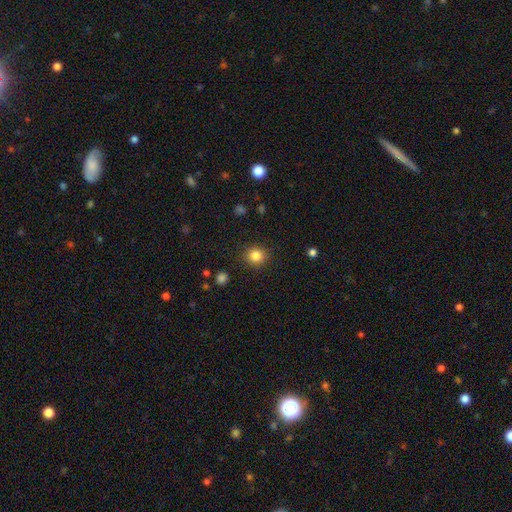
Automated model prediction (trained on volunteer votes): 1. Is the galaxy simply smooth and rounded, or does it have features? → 84% smooth, 11% star or artifact, 5% featured or disk.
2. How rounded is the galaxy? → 87% round, 12% in between, 1% cigar-shaped.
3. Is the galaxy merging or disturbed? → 89% none, 7% minor disturbance, 3% major disturbance, 1% merger.